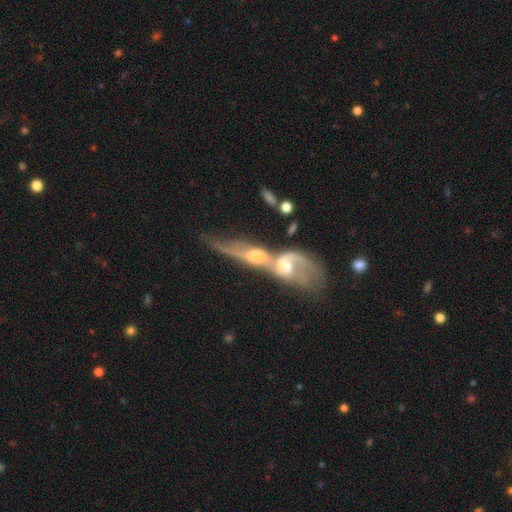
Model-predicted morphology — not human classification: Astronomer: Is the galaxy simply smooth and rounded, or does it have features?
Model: featured or disk — 70%.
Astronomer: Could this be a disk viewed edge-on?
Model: no — 71%.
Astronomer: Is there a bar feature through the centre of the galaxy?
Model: no — 54% (runner-up: weak, 33%).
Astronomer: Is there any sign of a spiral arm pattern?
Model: yes — 69%.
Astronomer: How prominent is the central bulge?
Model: moderate — 55%.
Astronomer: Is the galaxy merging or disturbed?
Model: merger — 81%.